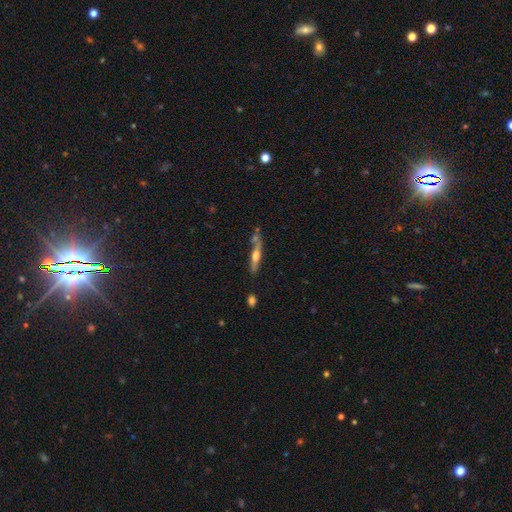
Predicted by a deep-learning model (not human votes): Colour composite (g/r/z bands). It shows a featured or disk galaxy (54%) viewed edge-on (91%). Merging: none (63%).